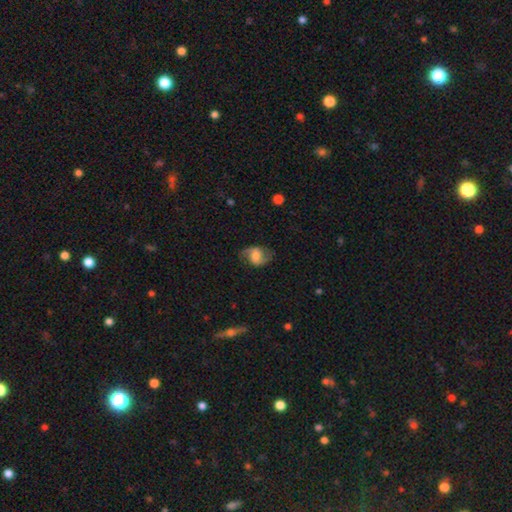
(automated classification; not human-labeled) This is likely a featured or disk galaxy (70%). It is clearly not viewed edge-on (97%). Bar: possibly weak (48%). Spiral arm pattern: clearly yes (93%). Spiral arm count: clearly 2 (91%). Spiral winding: possibly loose (51%). Central bulge: marginally moderate (40%). Merging: likely none (73%).